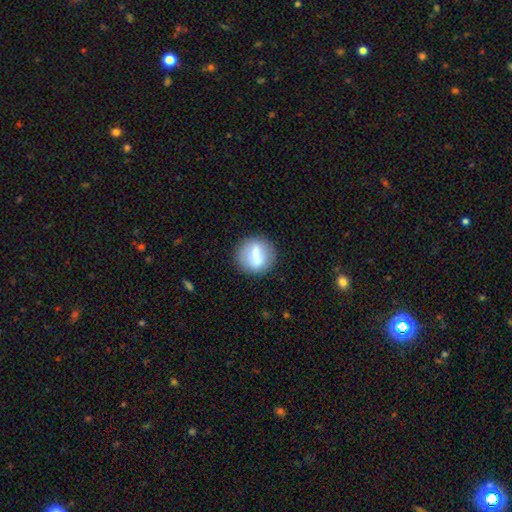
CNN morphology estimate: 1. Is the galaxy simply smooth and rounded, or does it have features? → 62% smooth, 30% featured or disk, 8% star or artifact.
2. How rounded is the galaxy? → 82% round, 15% in between, 3% cigar-shaped.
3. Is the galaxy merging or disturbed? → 80% none, 12% minor disturbance, 5% major disturbance, 3% merger.